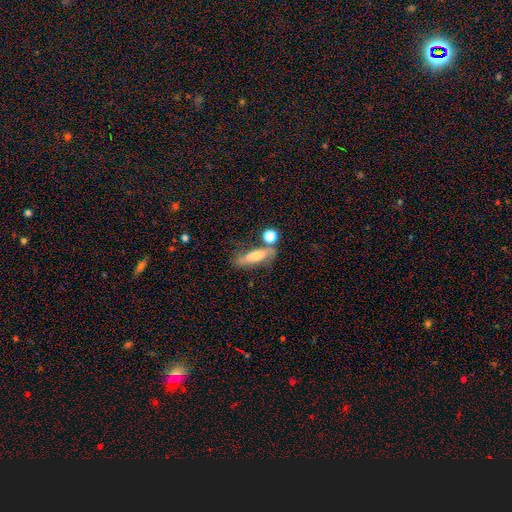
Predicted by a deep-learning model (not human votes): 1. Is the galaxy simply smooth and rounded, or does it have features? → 50% smooth, 39% featured or disk, 11% star or artifact.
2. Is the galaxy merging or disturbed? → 53% none, 19% minor disturbance, 17% merger, 11% major disturbance.